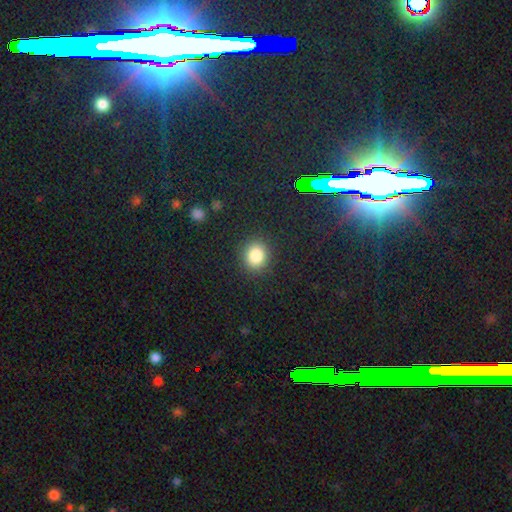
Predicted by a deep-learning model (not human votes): Morphology: type=smooth (84%); roundness=round (80%); merging=none (89%).